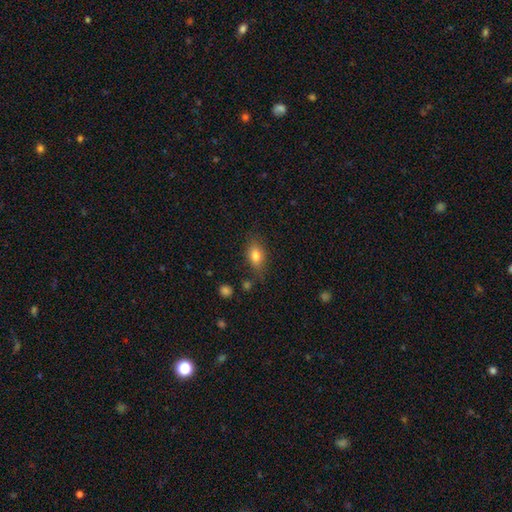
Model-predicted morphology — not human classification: Smooth or featured? Predicted: smooth (p=0.80). How rounded? Predicted: in between (p=0.81). Merging? Predicted: none (p=0.74).